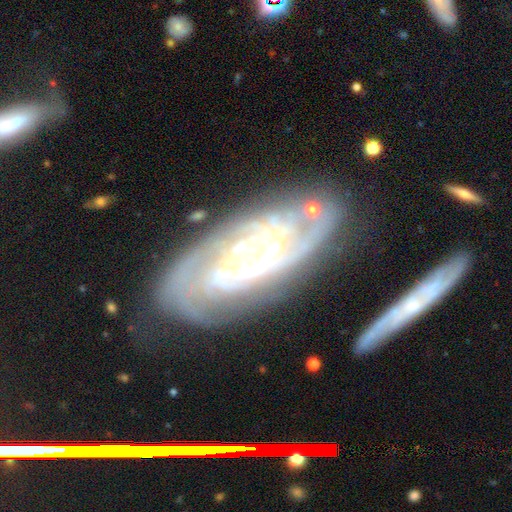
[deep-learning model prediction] smooth_or_featured: featured or disk (p=0.85) [alt: smooth p=0.09]
disk_edge_on: no (p=0.92) [alt: yes p=0.08]
bar: no (p=0.64) [alt: weak p=0.25]
has_spiral_arms: yes (p=0.96) [alt: no p=0.04]
spiral_winding: tight (p=0.68) [alt: medium p=0.26]
spiral_arm_count: can't tell (p=0.33) [alt: 3 p=0.20]
bulge_size: small (p=0.64) [alt: moderate p=0.24]
merging: none (p=0.70) [alt: minor disturbance p=0.18]